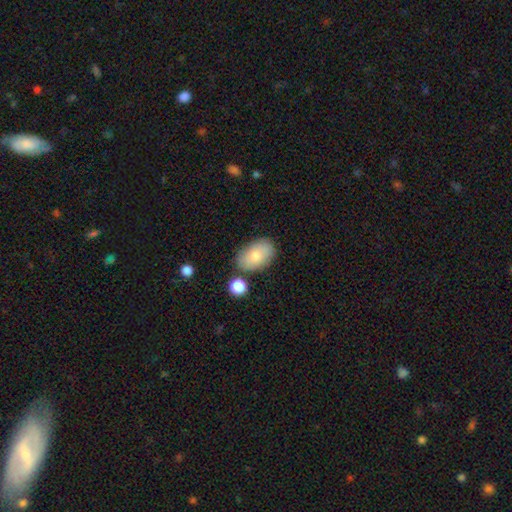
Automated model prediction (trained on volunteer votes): Smooth or featured: smooth — 81% (featured or disk — 12%)
How rounded: in between — 92% (round — 7%)
Merging: none — 76% (minor disturbance — 14%)